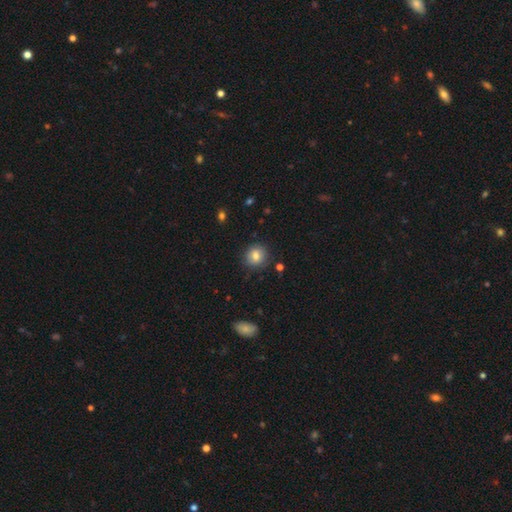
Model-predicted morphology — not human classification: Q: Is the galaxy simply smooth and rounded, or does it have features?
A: smooth — 79%.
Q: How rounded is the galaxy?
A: round — 87%.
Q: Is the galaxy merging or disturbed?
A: none — 85%.